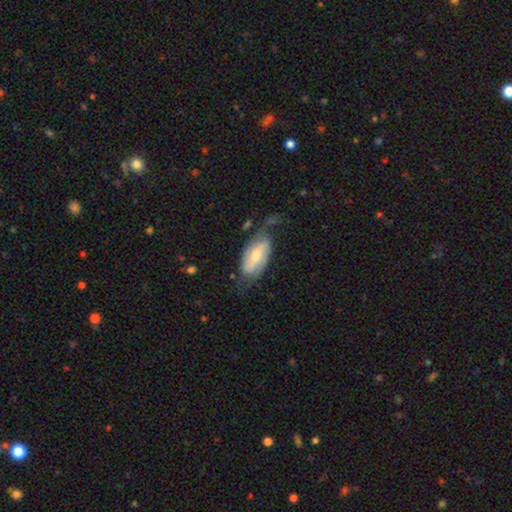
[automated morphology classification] The model was most divided on "bar": weak: 43%, no: 39%, strong: 18%. Remaining: edge-on disk — no (93%); spiral arms — yes (86%); smooth or featured — featured or disk (62%); bulge size — moderate (58%); merging — none (43%).